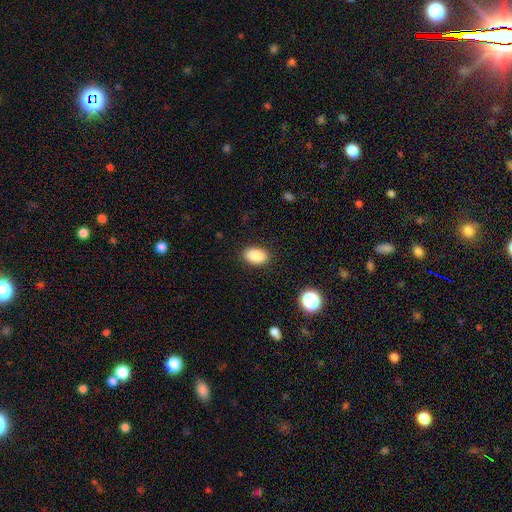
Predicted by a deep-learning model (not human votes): Overall: smooth (88%). How rounded: in between (89%). Merging: none (88%).